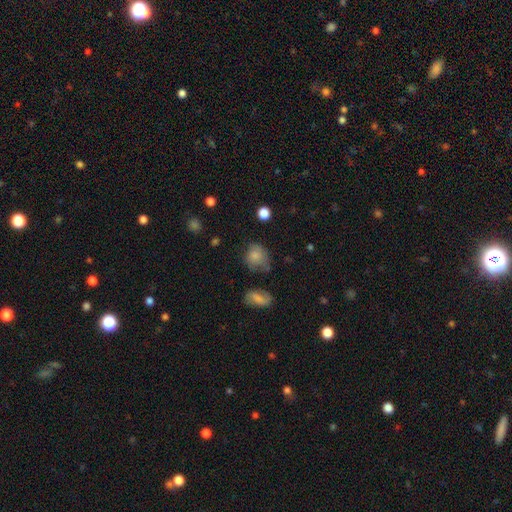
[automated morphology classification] Smooth or featured? Predicted: smooth (p=0.78). How rounded? Predicted: round (p=0.64). Merging? Predicted: none (p=0.52).